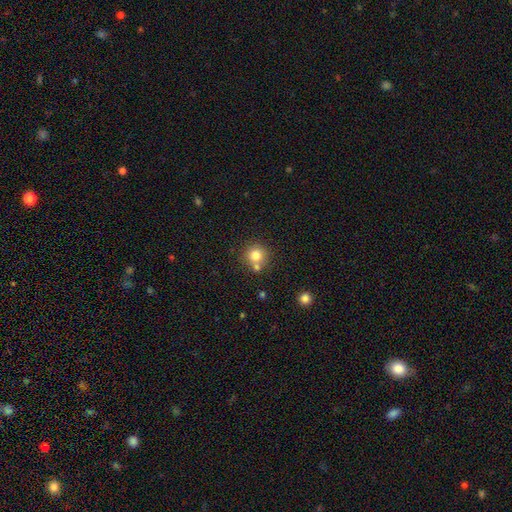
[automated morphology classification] Smooth or featured? smooth (79%)
How rounded? round (92%)
Merging? none (67%)